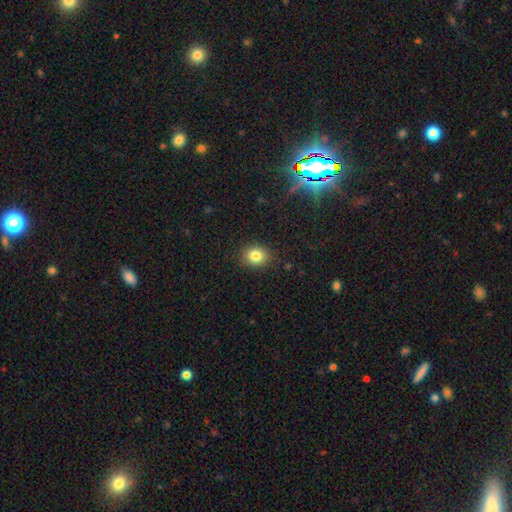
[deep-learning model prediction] Q: Smooth or featured?
A: smooth (82%); runner-up: star or artifact (11%)
Q: How rounded?
A: round (69%); runner-up: in between (30%)
Q: Merging?
A: none (88%); runner-up: minor disturbance (8%)